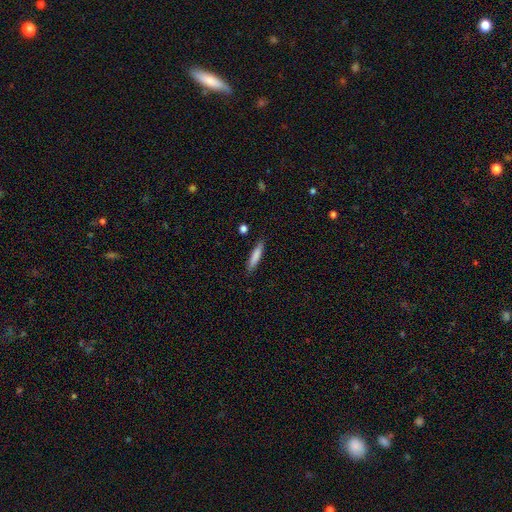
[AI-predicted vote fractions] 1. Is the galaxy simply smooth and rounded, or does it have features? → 82% smooth, 12% featured or disk, 6% star or artifact.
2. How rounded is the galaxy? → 86% cigar-shaped, 13% in between, 1% round.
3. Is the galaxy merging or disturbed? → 86% none, 10% minor disturbance, 2% major disturbance, 2% merger.